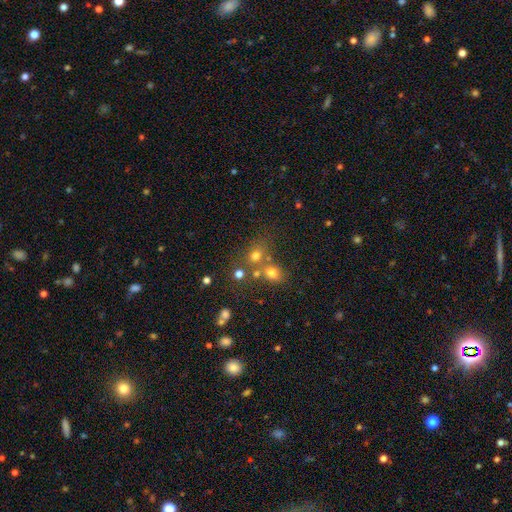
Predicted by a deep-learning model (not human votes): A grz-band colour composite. It shows a smooth galaxy with no disk features (68%) that is round (71%). Merging: none (52%).